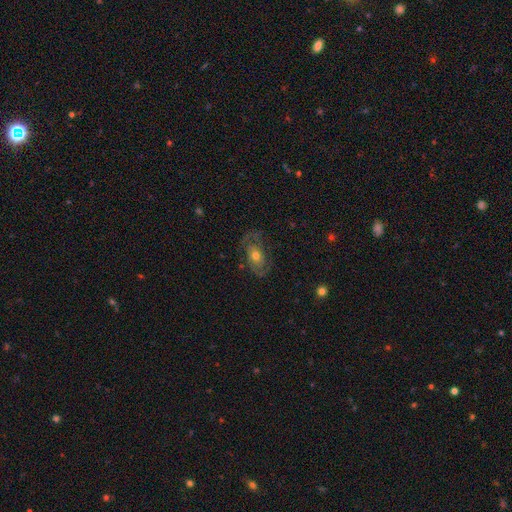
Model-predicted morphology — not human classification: Smooth or featured? Predicted: featured or disk (p=0.64). Edge-on disk? Predicted: no (p=0.94). Bar? Predicted: no (p=0.81). Spiral arms? Predicted: yes (p=0.72). Bulge size? Predicted: moderate (p=0.64). Merging? Predicted: none (p=0.63).